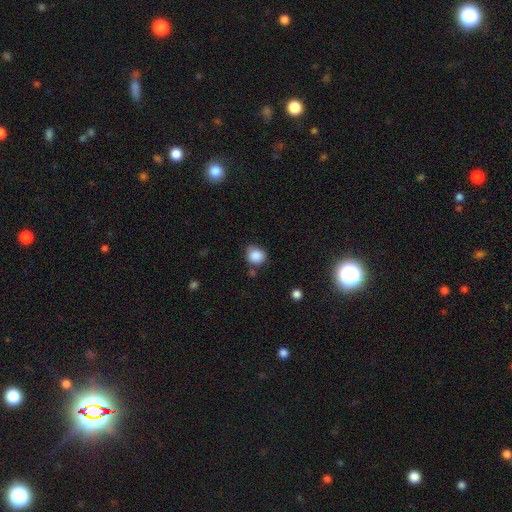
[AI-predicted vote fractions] smooth-or-featured: smooth: 86% | star or artifact: 10% | featured or disk: 4%
  how-rounded: round: 77% | in between: 22% | cigar-shaped: 1%
  merging: none: 70% | minor disturbance: 19% | merger: 6% | major disturbance: 4%